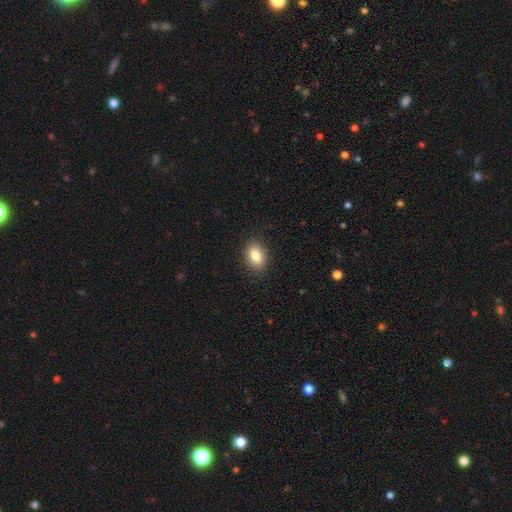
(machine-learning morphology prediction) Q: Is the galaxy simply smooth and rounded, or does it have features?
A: smooth — 84%.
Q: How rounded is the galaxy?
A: in between — 81%.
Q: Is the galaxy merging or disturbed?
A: none — 88%.